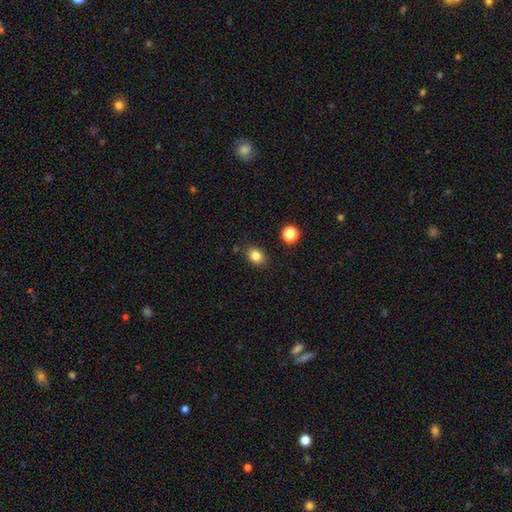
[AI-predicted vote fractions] smooth_or_featured: smooth (p=0.84) [alt: star or artifact p=0.11]
how_rounded: in between (p=0.57) [alt: round p=0.42]
merging: none (p=0.84) [alt: minor disturbance p=0.11]